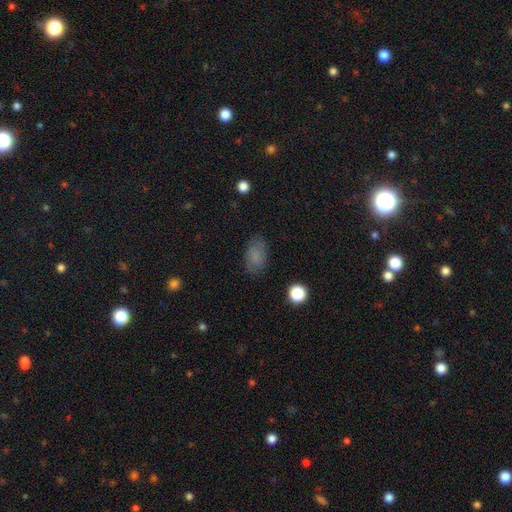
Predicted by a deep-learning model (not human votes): Overall: smooth (80%). How rounded: in between (90%). Merging: none (82%).